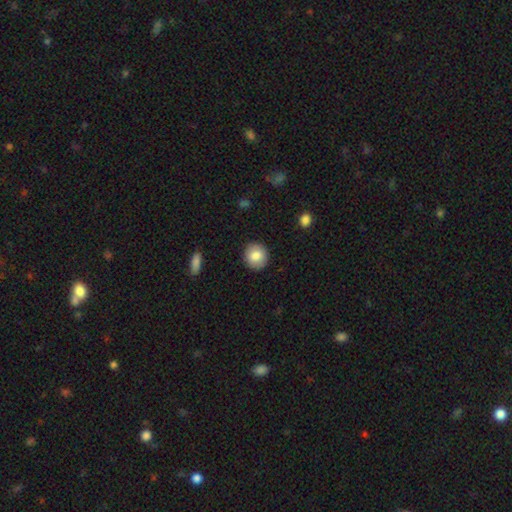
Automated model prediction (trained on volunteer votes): This appears to be a smooth galaxy with no disk features (83%) that is round (88%). Merging: none (90%).